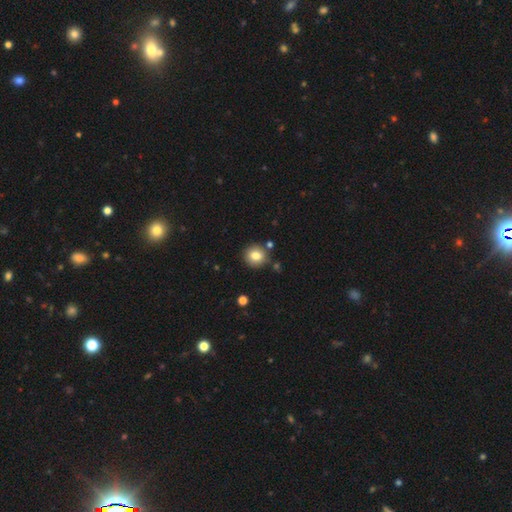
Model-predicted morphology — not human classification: This appears to be a smooth galaxy with no disk features (81%) that is round (91%). Merging: none (85%).